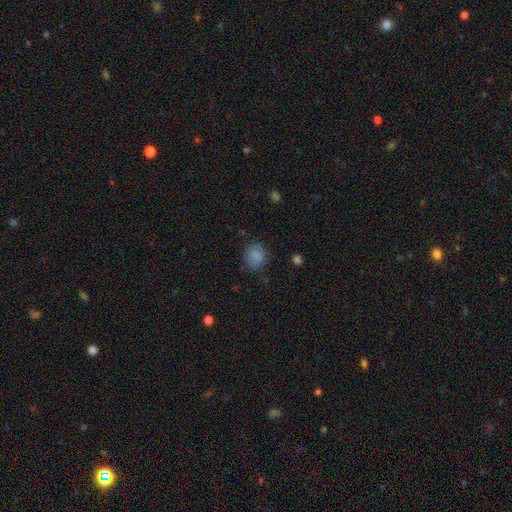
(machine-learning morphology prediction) Q: Smooth or featured?
A: smooth (82%); runner-up: star or artifact (10%)
Q: How rounded?
A: round (66%); runner-up: in between (33%)
Q: Merging?
A: none (78%); runner-up: minor disturbance (16%)